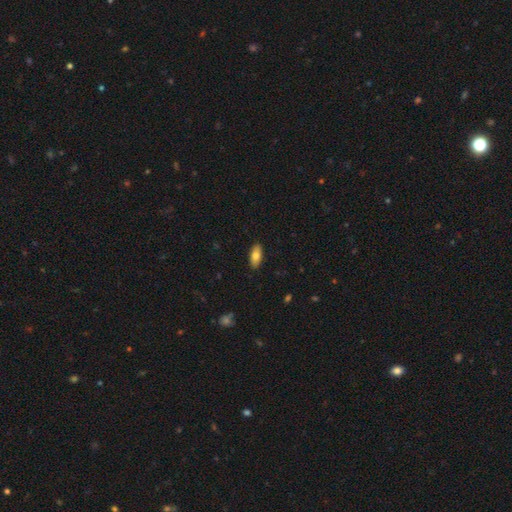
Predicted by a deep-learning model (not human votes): smooth_or_featured: smooth (p=0.79) [alt: featured or disk p=0.15]
how_rounded: in between (p=0.84) [alt: cigar-shaped p=0.14]
merging: none (p=0.89) [alt: minor disturbance p=0.08]